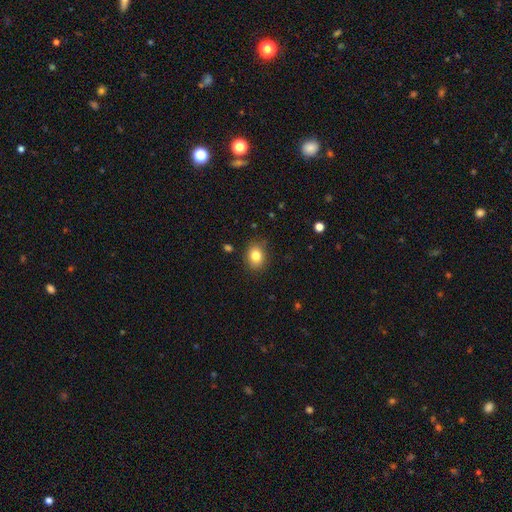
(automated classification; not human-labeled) This is clearly a smooth galaxy (82%). How rounded: possibly round (52%). Merging: clearly none (85%).